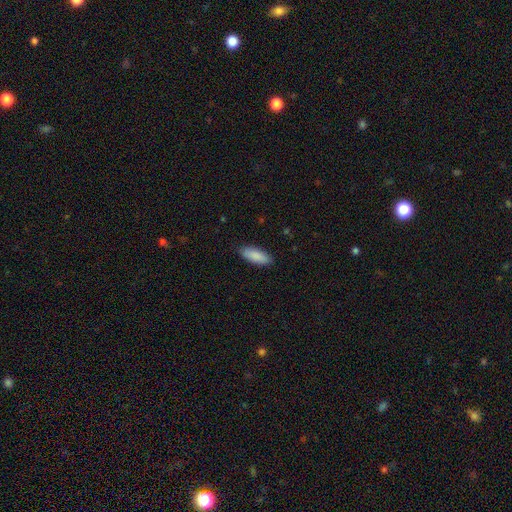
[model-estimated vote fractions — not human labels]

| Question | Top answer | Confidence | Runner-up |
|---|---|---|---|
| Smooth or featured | smooth | 89% | featured or disk (6%) |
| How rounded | in between | 69% | cigar-shaped (29%) |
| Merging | none | 88% | minor disturbance (9%) |